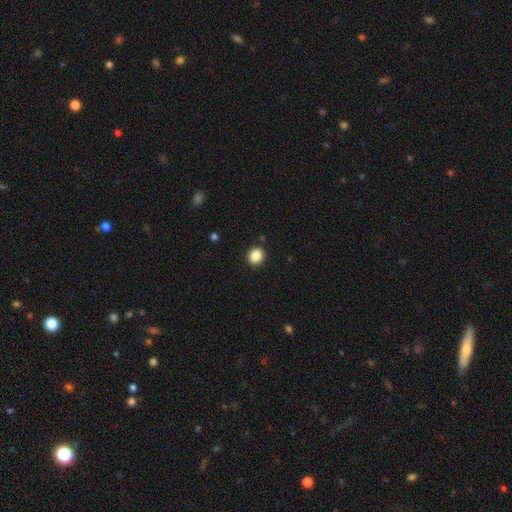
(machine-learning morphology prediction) Q: Smooth or featured?
A: smooth (87%); runner-up: star or artifact (10%)
Q: How rounded?
A: round (78%); runner-up: in between (21%)
Q: Merging?
A: none (90%); runner-up: minor disturbance (6%)